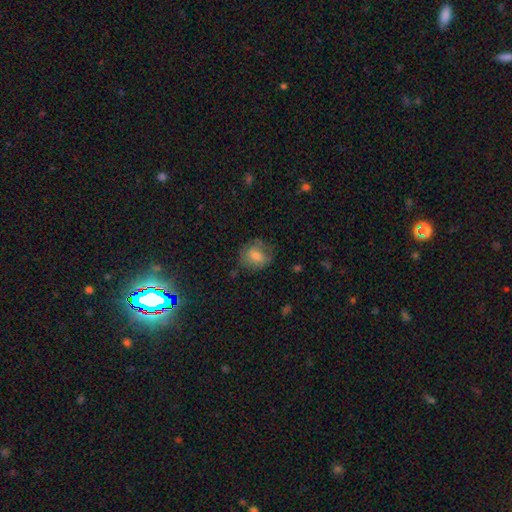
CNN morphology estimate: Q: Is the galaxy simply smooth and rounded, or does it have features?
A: smooth — 67%.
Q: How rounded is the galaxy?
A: round — 66%.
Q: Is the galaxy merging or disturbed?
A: none — 65%.